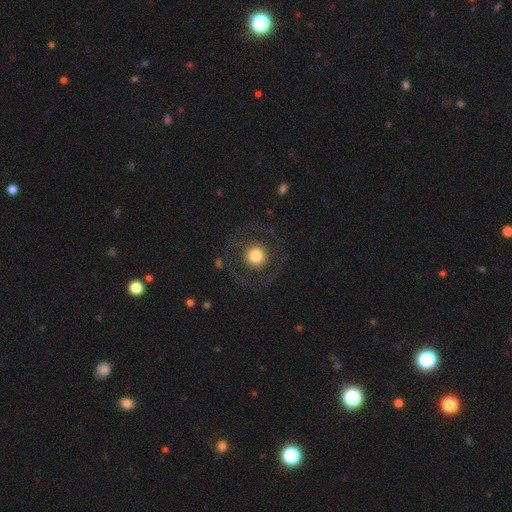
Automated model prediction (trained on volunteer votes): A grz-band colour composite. It shows a smooth galaxy with no disk features (57%) that is round (94%). Merging: none (77%).